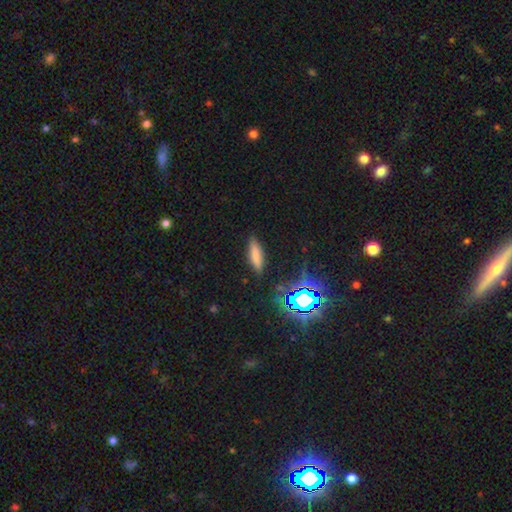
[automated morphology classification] A smooth galaxy with no disk features (72%) that is cigar-shaped (59%).

Vote fractions:
- Smooth or featured? smooth: 72% / star or artifact: 17% / featured or disk: 11%
- How rounded? cigar-shaped: 59% / in between: 39% / round: 2%
- Merging? none: 84% / minor disturbance: 11% / major disturbance: 3% / merger: 2%